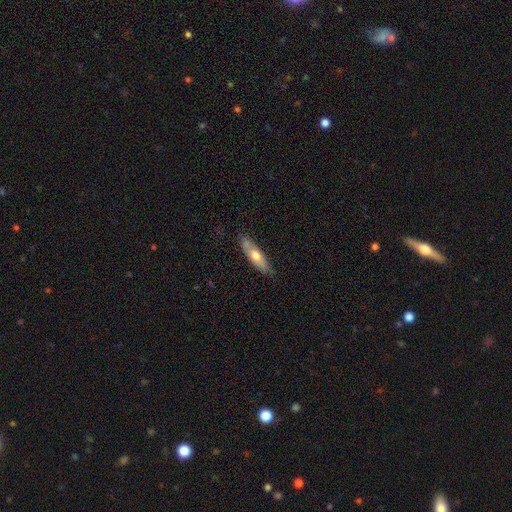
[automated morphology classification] A smooth galaxy with no disk features (58%) that is cigar-shaped (61%). Merging: none (80%).